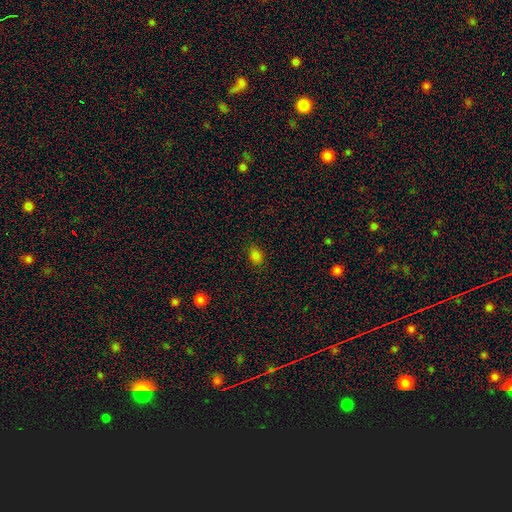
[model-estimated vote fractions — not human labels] Smooth or featured? Predicted: smooth (p=0.80). How rounded? Predicted: in between (p=0.62). Merging? Predicted: none (p=0.83).